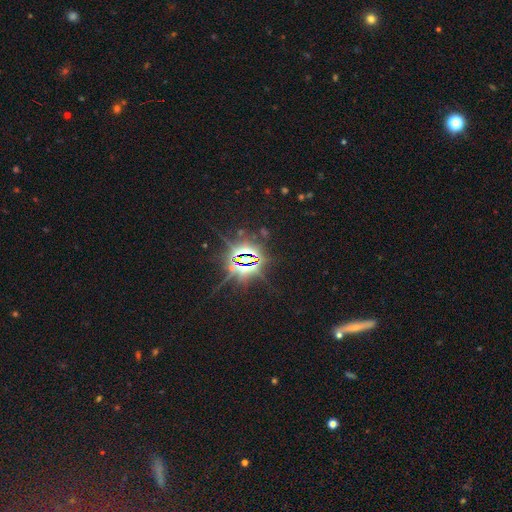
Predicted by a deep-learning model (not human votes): A star or artifact, not a galaxy (82%).

Vote fractions:
- Smooth or featured? star or artifact: 82% / smooth: 10% / featured or disk: 8%